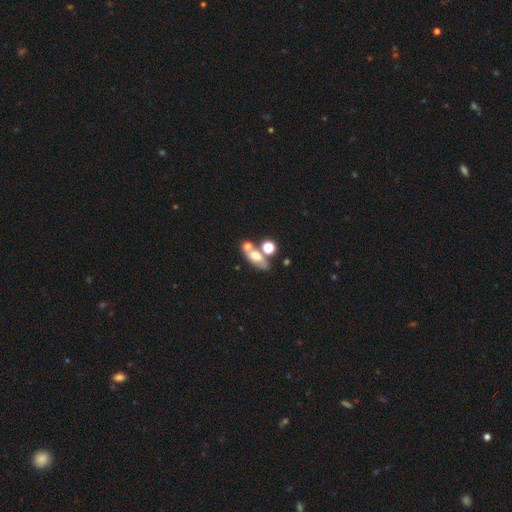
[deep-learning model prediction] smooth-or-featured: smooth: 54% | featured or disk: 31% | star or artifact: 15%
  how-rounded: in between: 68% | round: 22% | cigar-shaped: 10%
  merging: none: 45% | merger: 36% | minor disturbance: 12% | major disturbance: 7%